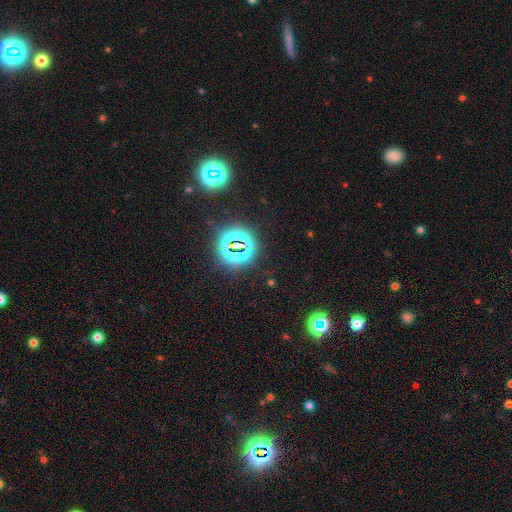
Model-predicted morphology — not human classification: Smooth or featured? Predicted: star or artifact (p=0.80).